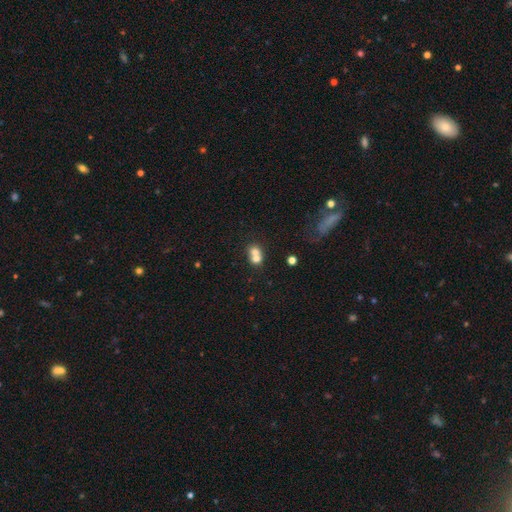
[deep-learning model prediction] Q: Smooth or featured?
A: smooth (69%); runner-up: featured or disk (19%)
Q: How rounded?
A: round (69%); runner-up: in between (30%)
Q: Merging?
A: merger (64%); runner-up: none (27%)